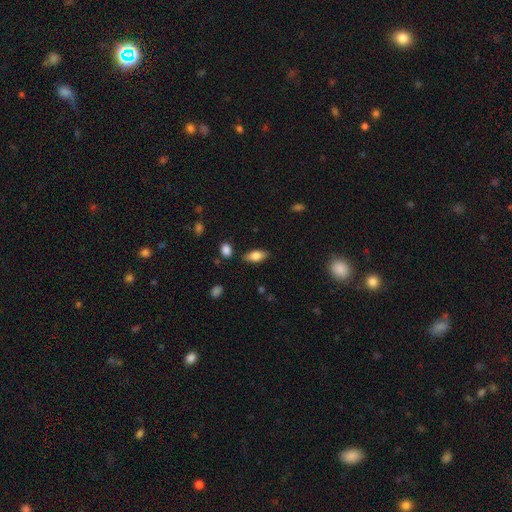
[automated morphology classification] Q: Smooth or featured?
A: smooth (76%); runner-up: featured or disk (17%)
Q: How rounded?
A: in between (86%); runner-up: cigar-shaped (11%)
Q: Merging?
A: none (83%); runner-up: minor disturbance (12%)